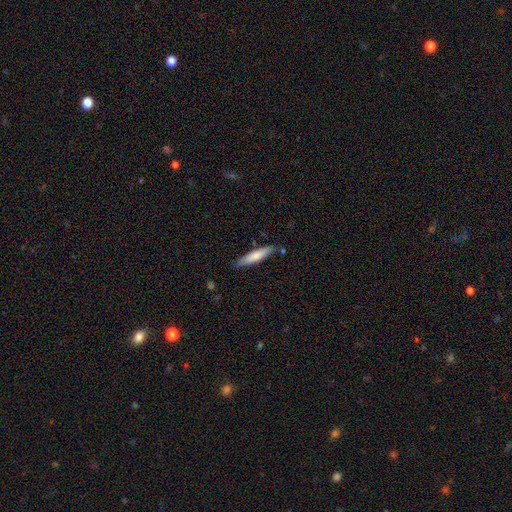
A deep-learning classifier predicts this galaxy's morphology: smooth-or-featured: smooth: 74% | featured or disk: 21% | star or artifact: 5%
  how-rounded: cigar-shaped: 86% | in between: 13% | round: 1%
  merging: none: 83% | minor disturbance: 12% | merger: 3% | major disturbance: 2%